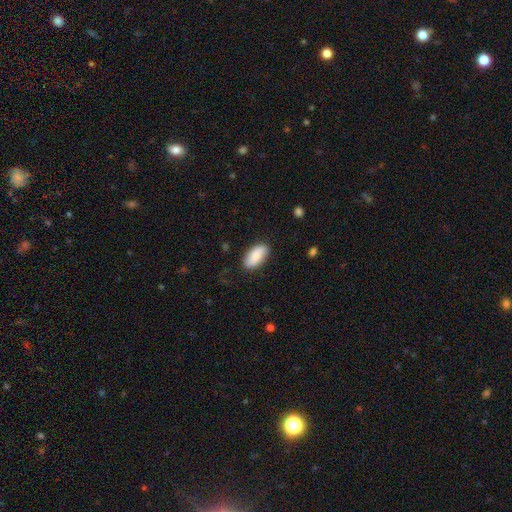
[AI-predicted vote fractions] Smooth or featured: smooth — 81% (featured or disk — 13%)
How rounded: in between — 90% (cigar-shaped — 7%)
Merging: none — 84% (minor disturbance — 12%)